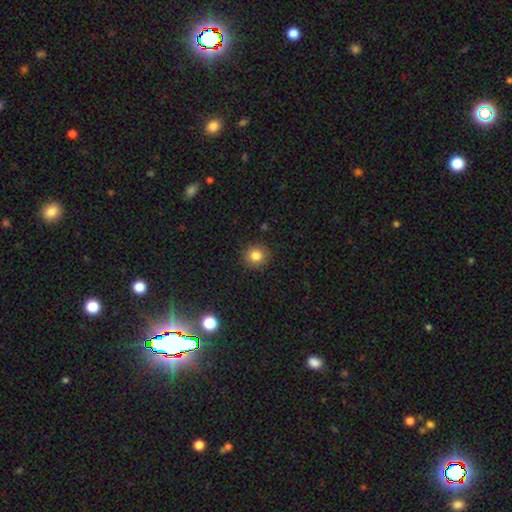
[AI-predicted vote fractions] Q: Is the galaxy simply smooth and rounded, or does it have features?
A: smooth — 83%.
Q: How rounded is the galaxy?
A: round — 90%.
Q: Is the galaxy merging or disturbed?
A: none — 91%.